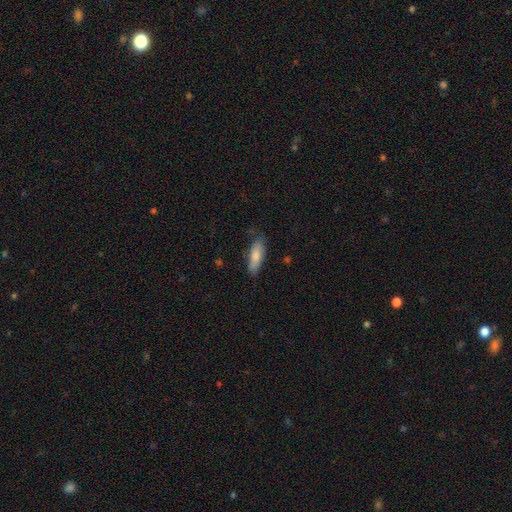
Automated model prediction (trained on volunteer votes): A smooth galaxy with no disk features (78%) that is in between round and cigar-shaped (51%).

Vote fractions:
- Smooth or featured? smooth: 78% / featured or disk: 16% / star or artifact: 6%
- How rounded? in between: 51% / cigar-shaped: 47% / round: 2%
- Merging? none: 77% / minor disturbance: 18% / major disturbance: 3% / merger: 2%